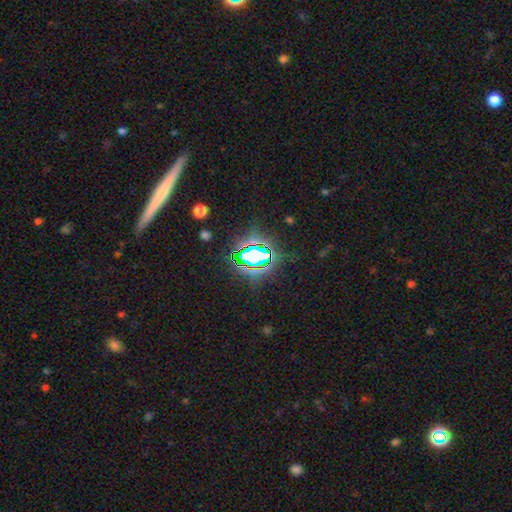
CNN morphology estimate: star or artifact 59%, smooth 22%, featured or disk 19%.